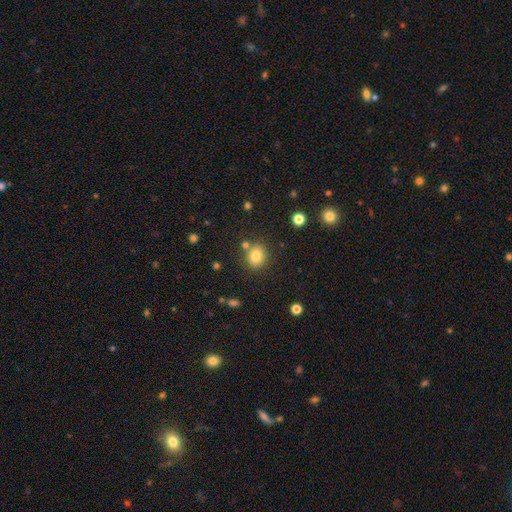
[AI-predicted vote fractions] This appears to be a smooth galaxy with no disk features (82%) that is round (67%). Merging: none (77%).